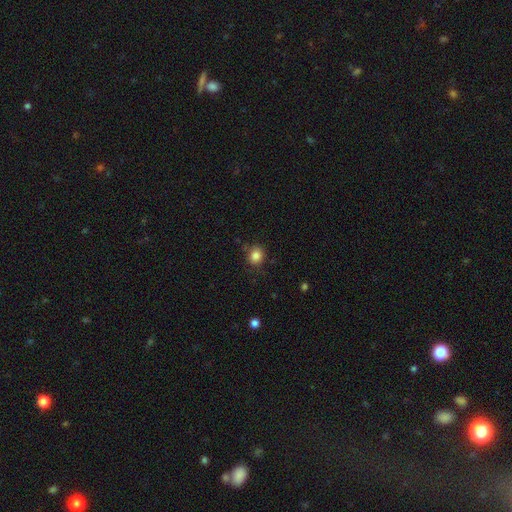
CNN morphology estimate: smooth 84%, star or artifact 11%, featured or disk 5%. Down the decision tree: how rounded — round (73%); merging — none (81%).